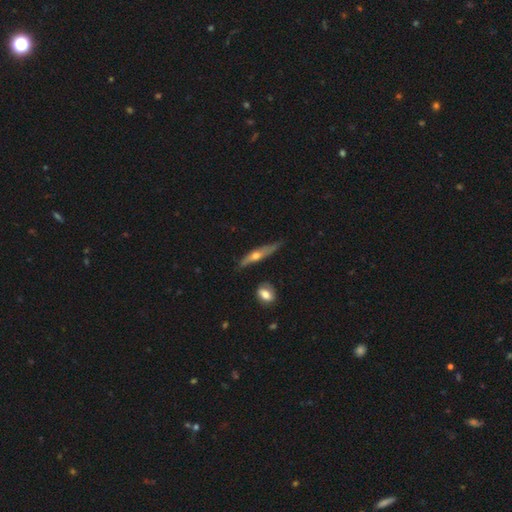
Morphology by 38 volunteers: A featured or disk galaxy (58%) viewed edge-on (77%) with a rounded central bulge (100%). Merging: none (57%).